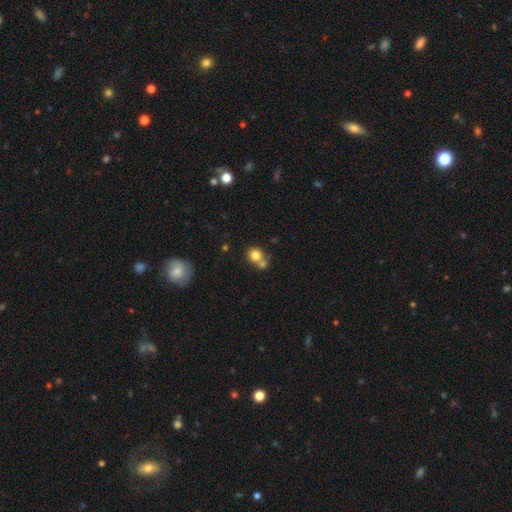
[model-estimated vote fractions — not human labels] Morphology: type=smooth (78%); roundness=round (78%); merging=none (44%, tied with merger).